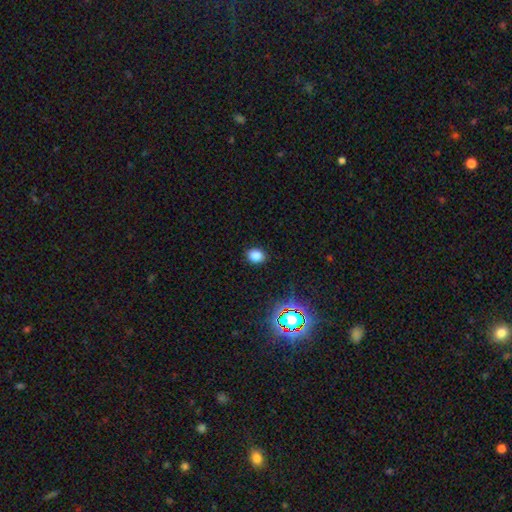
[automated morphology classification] Smooth or featured? Predicted: smooth (p=0.80). How rounded? Predicted: in between (p=0.53). Merging? Predicted: none (p=0.87).